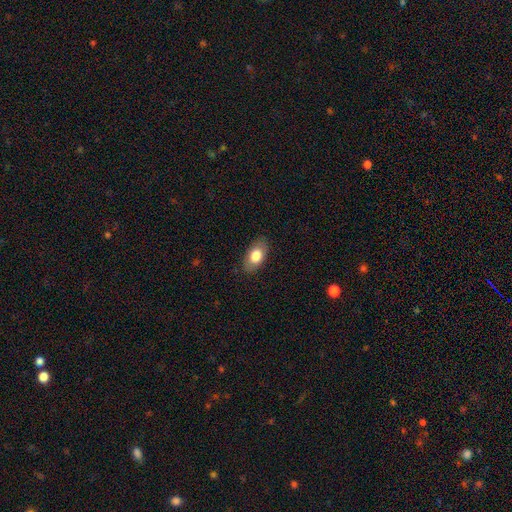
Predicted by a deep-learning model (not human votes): Overall: smooth (79%). How rounded: in between (93%). Merging: none (84%).